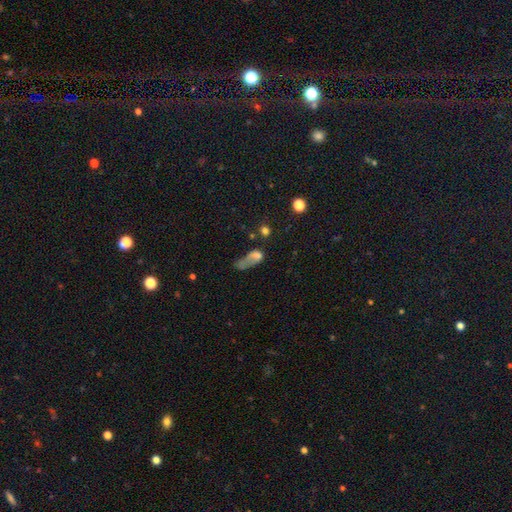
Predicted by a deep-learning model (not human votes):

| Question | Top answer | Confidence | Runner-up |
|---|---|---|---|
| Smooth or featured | smooth | 58% | featured or disk (26%) |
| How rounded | in between | 68% | cigar-shaped (18%) |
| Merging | major disturbance | 48% | none (19%) |